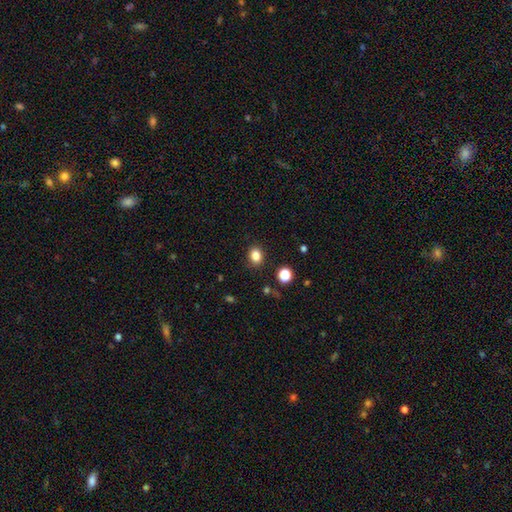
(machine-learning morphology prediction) smooth-or-featured: smooth: 84% | star or artifact: 11% | featured or disk: 5%
  how-rounded: round: 51% | in between: 48% | cigar-shaped: 1%
  merging: none: 88% | minor disturbance: 8% | major disturbance: 2% | merger: 2%